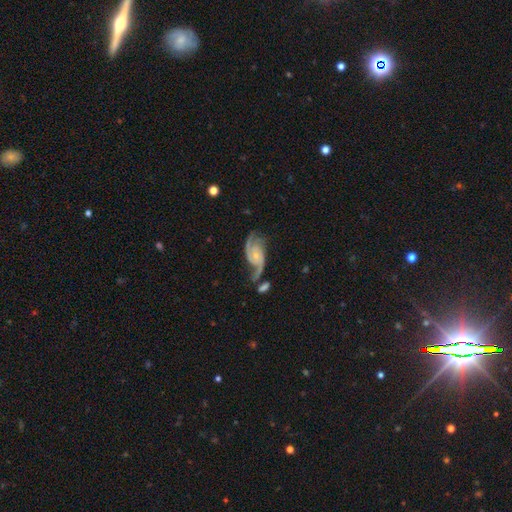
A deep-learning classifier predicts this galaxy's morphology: Overall: featured or disk (89%). Edge-on disk: no (97%). Bar: no (68%). Spiral arms: yes (97%). Spiral arm count: 2 (77%). Spiral winding: medium (46%; loose 32%). Bulge size: small (70%). Merging: none (49%; minor disturbance 22%).